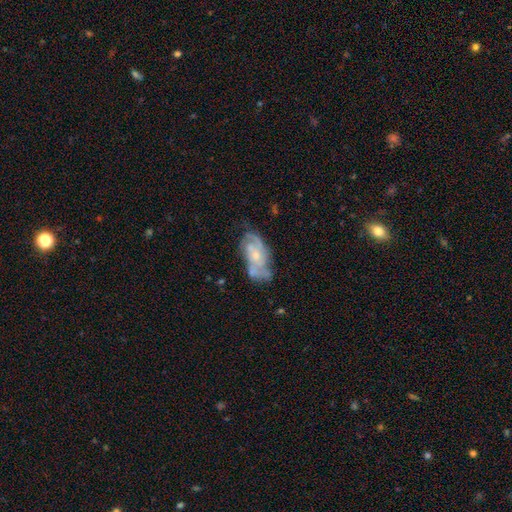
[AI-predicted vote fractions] Morphology: type=featured or disk (78%); edge-on=no (95%); bar=no (65%); spiral arms=yes (88%); winding=medium (43%); arm count=2 (45%); bulge=small (52%); merging=none (59%).